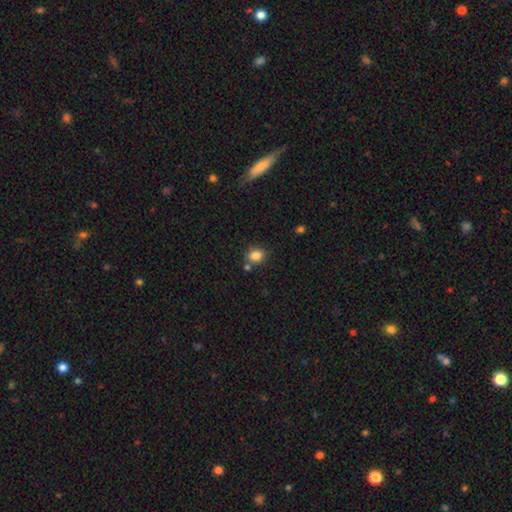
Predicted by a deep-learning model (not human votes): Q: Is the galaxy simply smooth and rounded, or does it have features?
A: smooth — 83%.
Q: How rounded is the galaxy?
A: round — 60%.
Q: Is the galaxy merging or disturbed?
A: none — 71%.